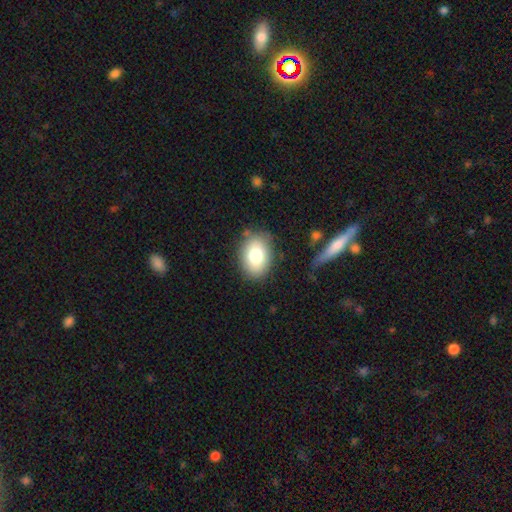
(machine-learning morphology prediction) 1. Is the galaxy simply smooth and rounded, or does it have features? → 78% smooth, 13% featured or disk, 8% star or artifact.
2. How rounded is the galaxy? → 75% in between, 24% round, 1% cigar-shaped.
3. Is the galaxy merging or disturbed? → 82% none, 12% minor disturbance, 4% major disturbance, 2% merger.